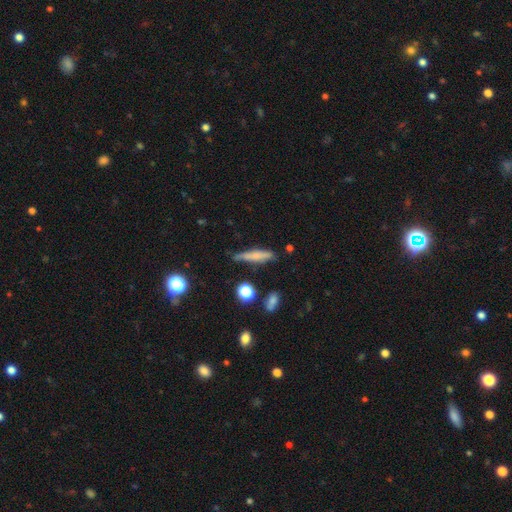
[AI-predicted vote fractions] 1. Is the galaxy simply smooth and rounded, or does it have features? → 59% smooth, 32% featured or disk, 9% star or artifact.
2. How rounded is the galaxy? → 87% cigar-shaped, 11% in between, 3% round.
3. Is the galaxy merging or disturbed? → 73% none, 19% minor disturbance, 4% major disturbance, 4% merger.